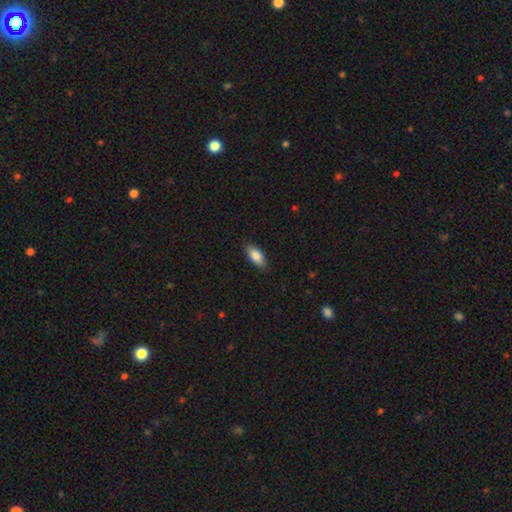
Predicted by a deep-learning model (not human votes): Smooth or featured?
  - smooth: 86% *
  - featured or disk: 7%
  - star or artifact: 6%
How rounded?
  - in between: 87% *
  - cigar-shaped: 10%
  - round: 2%
Merging?
  - none: 86% *
  - minor disturbance: 11%
  - major disturbance: 2%
  - merger: 1%